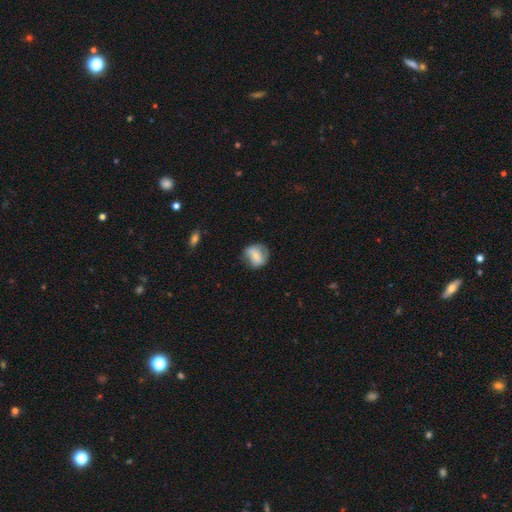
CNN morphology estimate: smooth 60%, featured or disk 32%, star or artifact 8%. Down the decision tree: how rounded — round (72%); merging — none (62%).